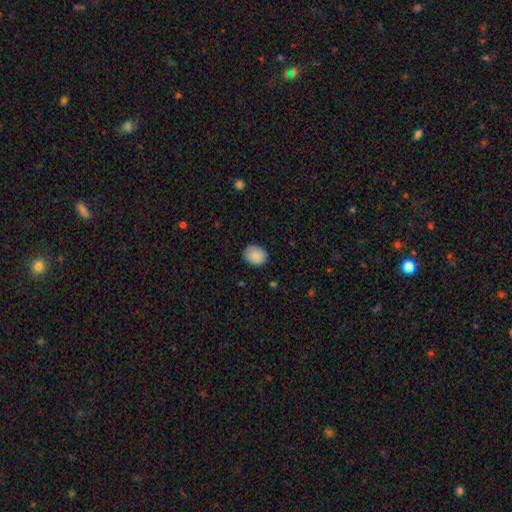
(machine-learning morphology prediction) smooth-or-featured: smooth: 89% | star or artifact: 7% | featured or disk: 4%
  how-rounded: round: 52% | in between: 47% | cigar-shaped: 1%
  merging: none: 84% | minor disturbance: 13% | major disturbance: 2% | merger: 1%